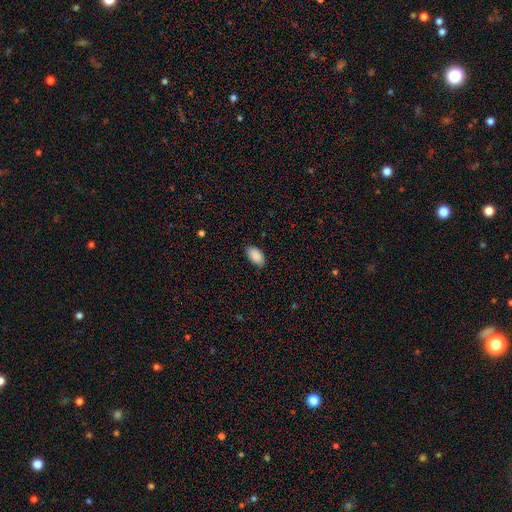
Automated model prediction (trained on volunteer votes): Smooth or featured: smooth — 90% (star or artifact — 6%)
How rounded: in between — 95% (round — 3%)
Merging: none — 81% (minor disturbance — 15%)